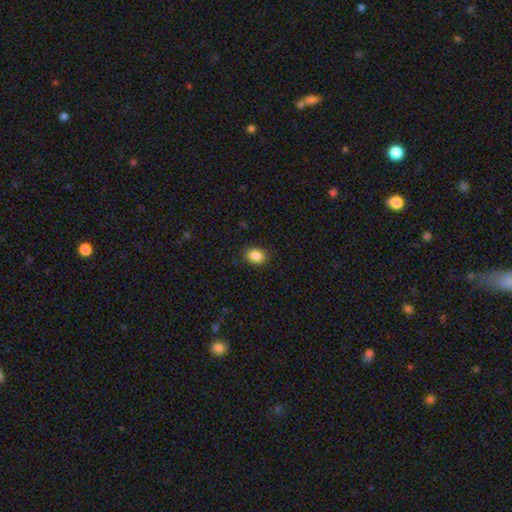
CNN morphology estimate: The model was most divided on "how rounded": in between: 51%, round: 48%, cigar-shaped: 1%. More confident: merging — none (89%); smooth or featured — smooth (86%).